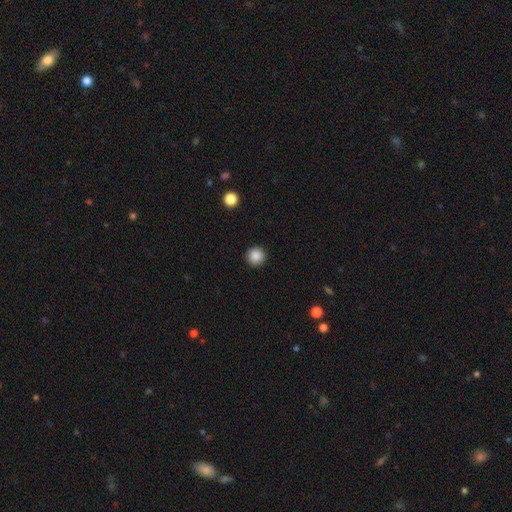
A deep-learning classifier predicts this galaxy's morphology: smooth 87%, star or artifact 10%, featured or disk 3%. Down the decision tree: how rounded — round (95%); merging — none (92%).